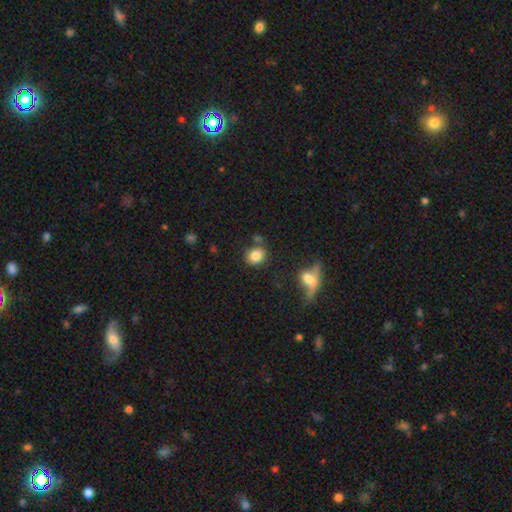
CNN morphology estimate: smooth_or_featured: smooth (p=0.83) [alt: star or artifact p=0.10]
how_rounded: round (p=0.66) [alt: in between p=0.32]
merging: none (p=0.75) [alt: minor disturbance p=0.12]